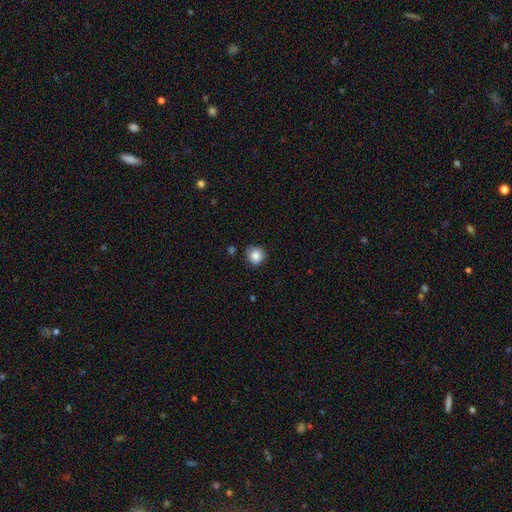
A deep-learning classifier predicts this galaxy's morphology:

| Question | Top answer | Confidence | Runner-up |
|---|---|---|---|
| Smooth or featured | smooth | 85% | star or artifact (9%) |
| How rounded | round | 87% | in between (13%) |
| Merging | none | 79% | minor disturbance (15%) |